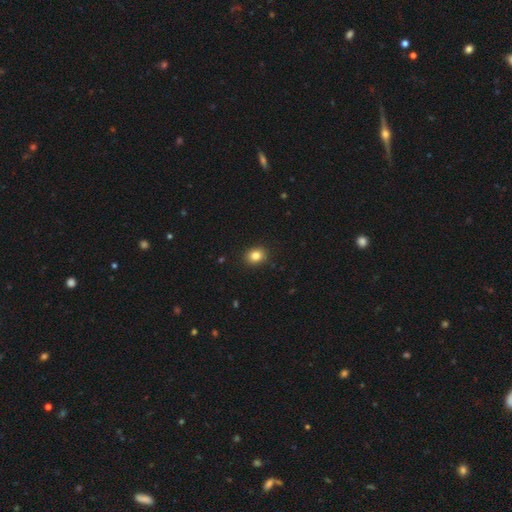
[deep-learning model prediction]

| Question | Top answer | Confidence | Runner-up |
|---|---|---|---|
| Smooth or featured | smooth | 84% | star or artifact (10%) |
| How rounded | round | 58% | in between (41%) |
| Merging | none | 91% | minor disturbance (6%) |